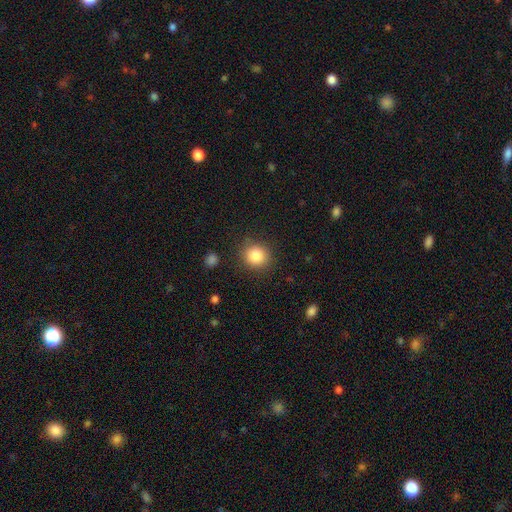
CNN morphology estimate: smooth-or-featured: smooth: 84% | star or artifact: 10% | featured or disk: 6%
  how-rounded: round: 88% | in between: 11% | cigar-shaped: 1%
  merging: none: 87% | minor disturbance: 8% | major disturbance: 3% | merger: 2%